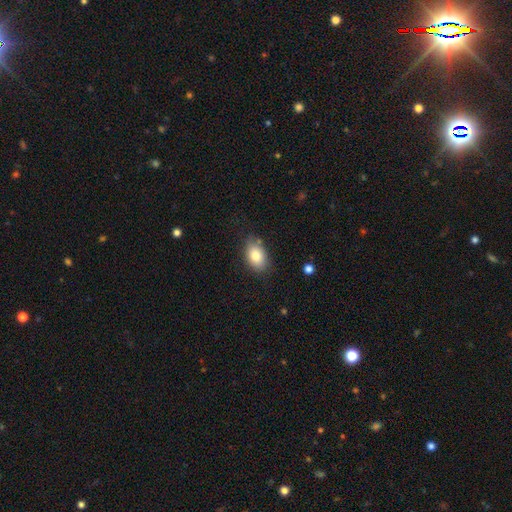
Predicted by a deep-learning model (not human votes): Smooth or featured? Predicted: smooth (p=0.81). How rounded? Predicted: in between (p=0.84). Merging? Predicted: none (p=0.78).